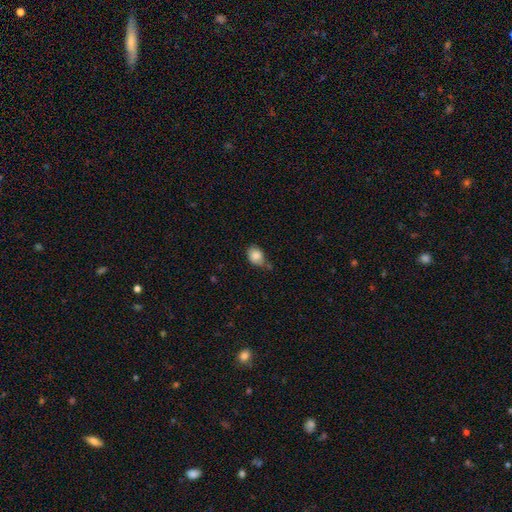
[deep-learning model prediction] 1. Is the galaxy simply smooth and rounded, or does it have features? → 85% smooth, 8% star or artifact, 6% featured or disk.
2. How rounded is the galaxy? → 59% in between, 39% round, 1% cigar-shaped.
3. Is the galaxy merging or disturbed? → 55% none, 30% minor disturbance, 9% merger, 6% major disturbance.